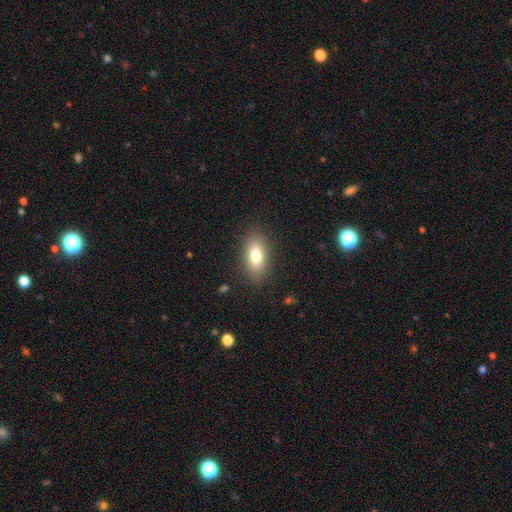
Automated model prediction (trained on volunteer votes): This is likely a smooth galaxy (77%). How rounded: clearly in between (84%). Merging: clearly none (87%).